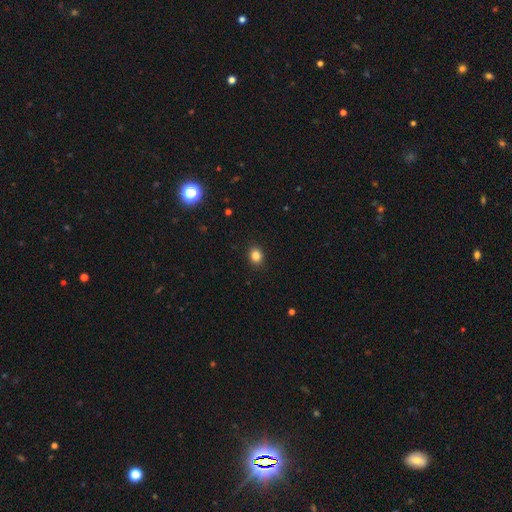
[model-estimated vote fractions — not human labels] smooth-or-featured: smooth: 85% | star or artifact: 11% | featured or disk: 4%
  how-rounded: round: 53% | in between: 46% | cigar-shaped: 1%
  merging: none: 90% | minor disturbance: 7% | major disturbance: 2% | merger: 1%